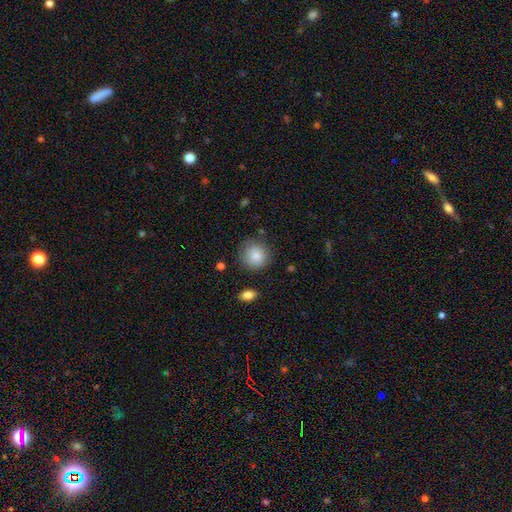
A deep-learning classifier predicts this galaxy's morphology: Smooth or featured? smooth (84%)
How rounded? round (90%)
Merging? none (81%)